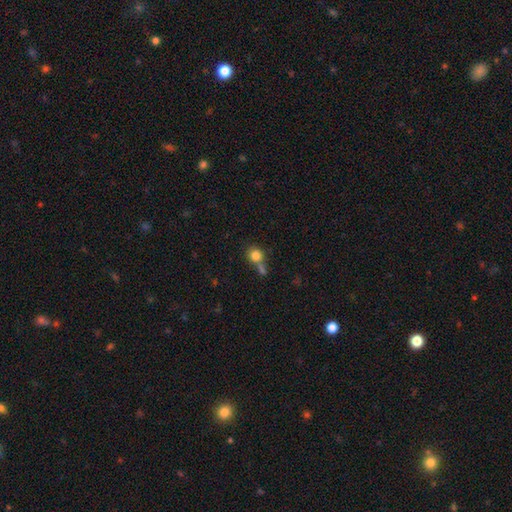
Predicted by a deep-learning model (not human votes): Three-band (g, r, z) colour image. It shows a smooth galaxy with no disk features (82%) that is round (85%). Merging: none (54%).